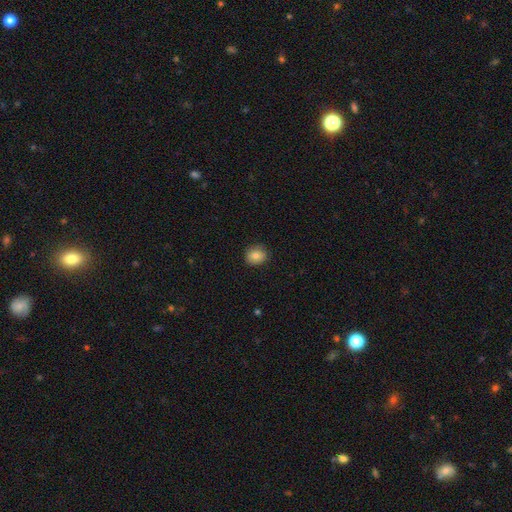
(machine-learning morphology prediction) Overall: smooth (82%). How rounded: round (72%). Merging: none (87%).